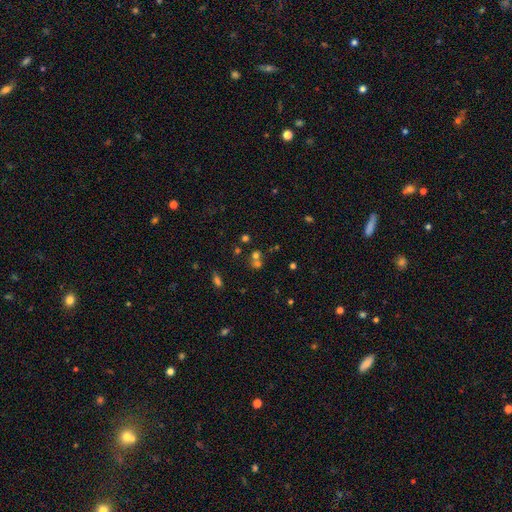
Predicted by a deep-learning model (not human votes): smooth-or-featured: smooth: 56% | star or artifact: 29% | featured or disk: 14%
  how-rounded: round: 81% | in between: 18% | cigar-shaped: 1%
  merging: none: 46% | merger: 44% | minor disturbance: 7% | major disturbance: 4%